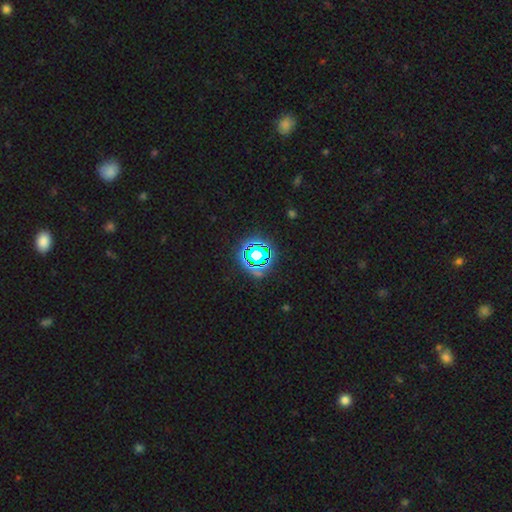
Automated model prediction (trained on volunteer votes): A star or artifact, not a galaxy (69%).

Vote fractions:
- Smooth or featured? star or artifact: 69% / smooth: 19% / featured or disk: 13%